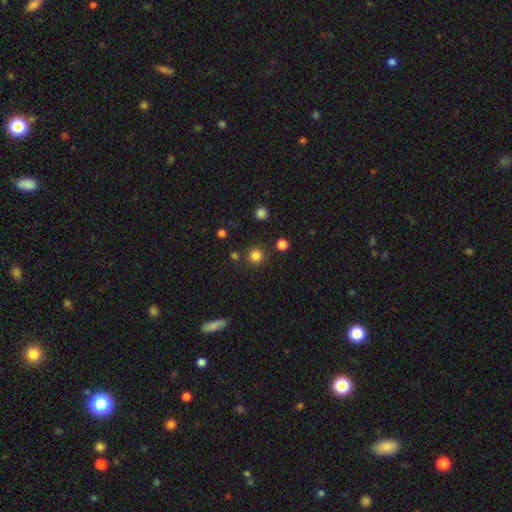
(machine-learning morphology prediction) Overall: smooth (81%). How rounded: round (94%). Merging: none (85%).